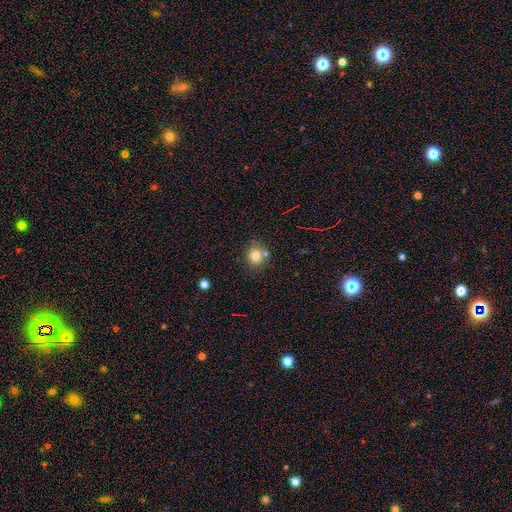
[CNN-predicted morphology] Smooth or featured: smooth — 80% (star or artifact — 12%)
How rounded: round — 78% (in between — 22%)
Merging: none — 68% (merger — 16%)